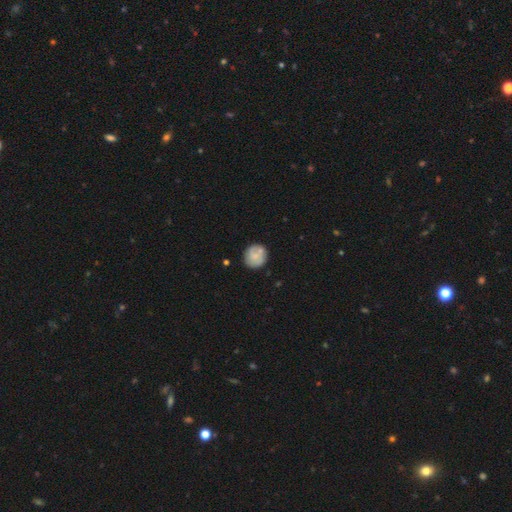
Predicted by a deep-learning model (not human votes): Smooth or featured? Predicted: smooth (p=0.62). How rounded? Predicted: round (p=0.87). Merging? Predicted: none (p=0.71).